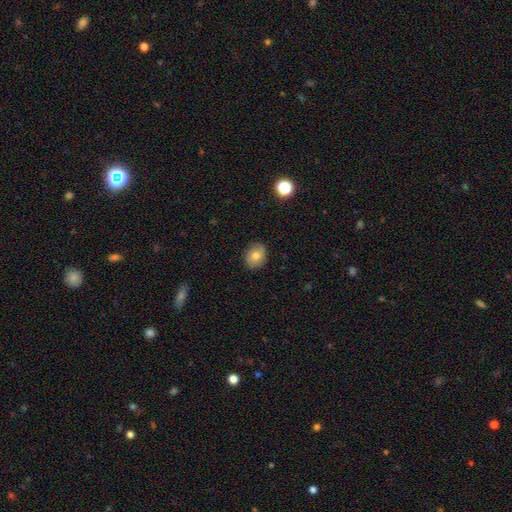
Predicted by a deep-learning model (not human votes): Smooth or featured? smooth (76%)
How rounded? round (58%)
Merging? none (86%)